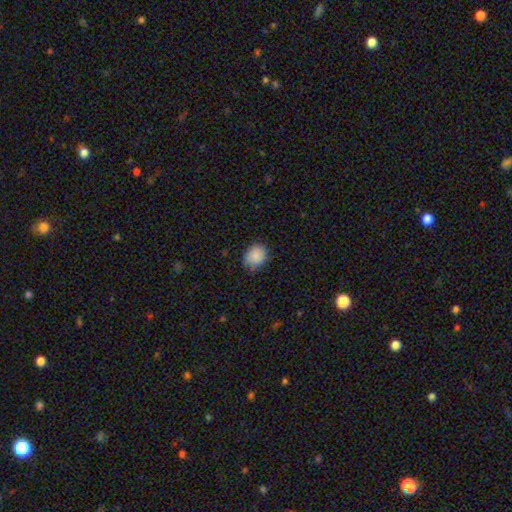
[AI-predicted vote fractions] This is clearly a smooth galaxy (87%). How rounded: possibly in between (50%). Merging: likely none (76%).